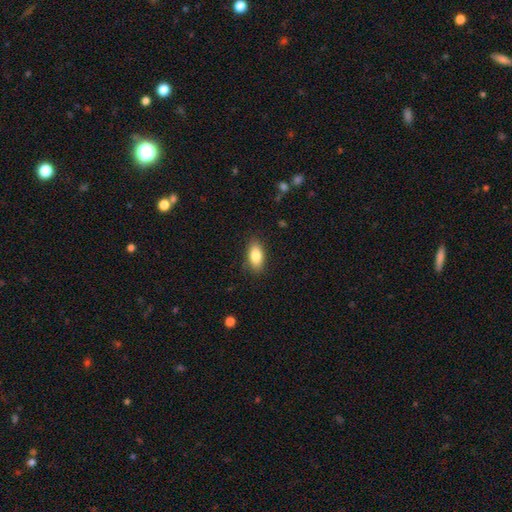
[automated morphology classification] Smooth or featured? Predicted: smooth (p=0.84). How rounded? Predicted: in between (p=0.89). Merging? Predicted: none (p=0.86).